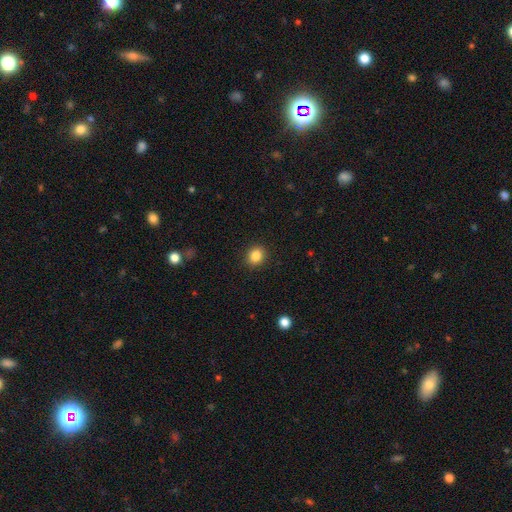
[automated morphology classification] smooth 85%, star or artifact 10%, featured or disk 5%. Down the decision tree: how rounded — round (74%); merging — none (91%).